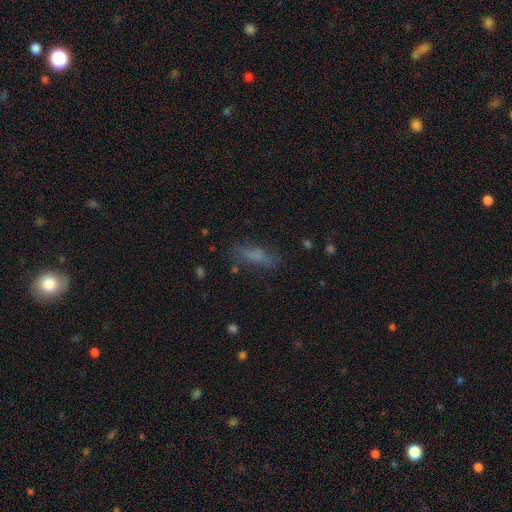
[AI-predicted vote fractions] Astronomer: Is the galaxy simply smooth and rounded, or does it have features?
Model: smooth — 68%.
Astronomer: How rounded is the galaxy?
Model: cigar-shaped — 53% (runner-up: in between, 44%).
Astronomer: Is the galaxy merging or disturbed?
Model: none — 68%.